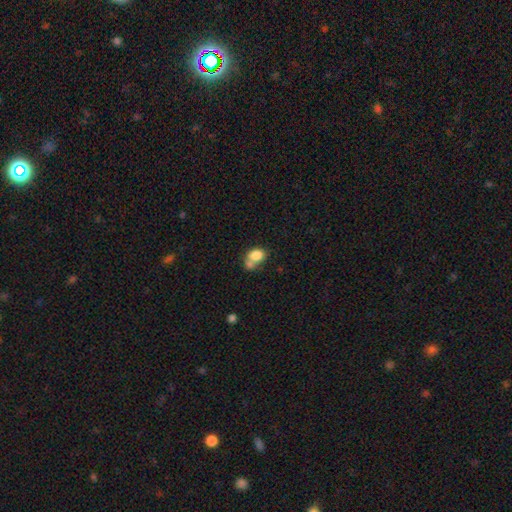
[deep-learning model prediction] Smooth or featured? smooth (80%)
How rounded? in between (70%)
Merging? merger (53%)